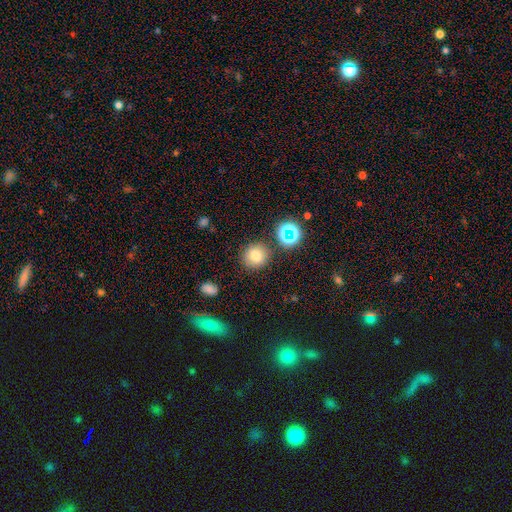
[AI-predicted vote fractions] This appears to be a smooth galaxy with no disk features (76%) that is round (88%). Merging: none (84%).